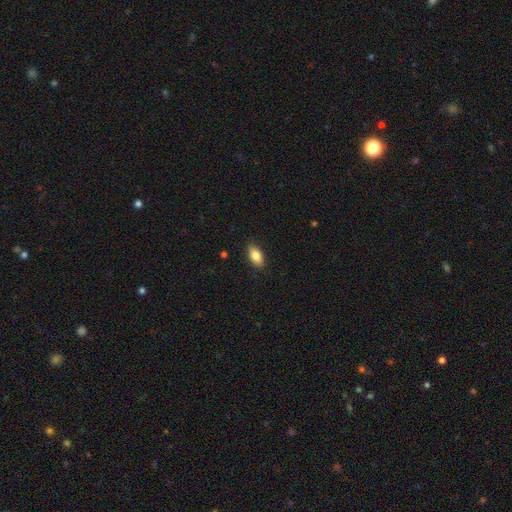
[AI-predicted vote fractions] A smooth galaxy with no disk features (83%) that is in between round and cigar-shaped (90%).

Vote fractions:
- Smooth or featured? smooth: 83% / featured or disk: 10% / star or artifact: 7%
- How rounded? in between: 90% / cigar-shaped: 6% / round: 4%
- Merging? none: 85% / minor disturbance: 11% / major disturbance: 2% / merger: 1%